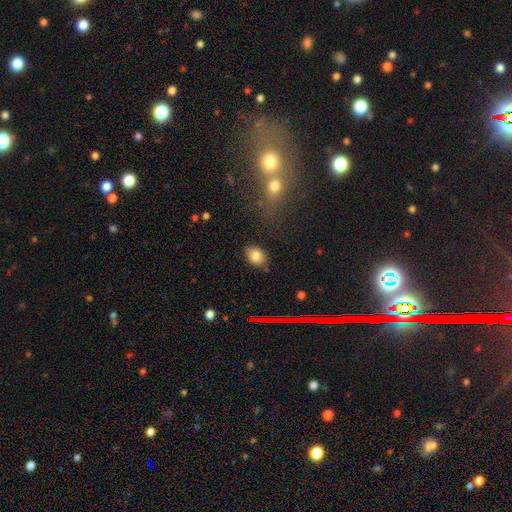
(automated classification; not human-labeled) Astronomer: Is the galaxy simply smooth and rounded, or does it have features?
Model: smooth — 80%.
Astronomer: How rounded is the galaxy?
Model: in between — 71%.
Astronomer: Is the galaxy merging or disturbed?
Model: none — 78%.